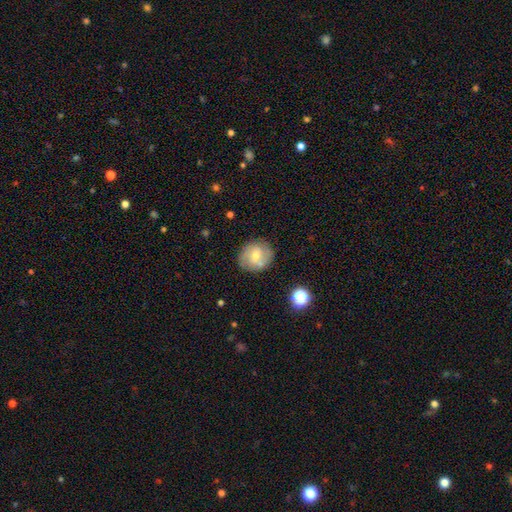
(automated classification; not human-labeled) Overall: featured or disk (52%; smooth 39%). Edge-on disk: no (96%). Bar: no (46%; weak 43%). Spiral arms: yes (74%). Bulge size: small (49%; moderate 47%). Merging: none (76%).